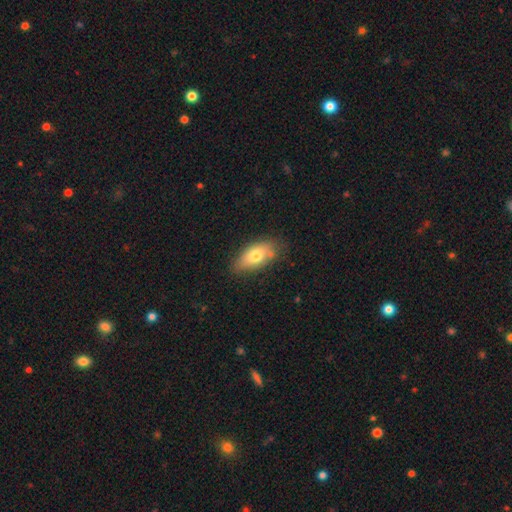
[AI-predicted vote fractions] smooth 72%, featured or disk 20%, star or artifact 8%. Down the decision tree: how rounded — in between (87%); merging — none (69%).